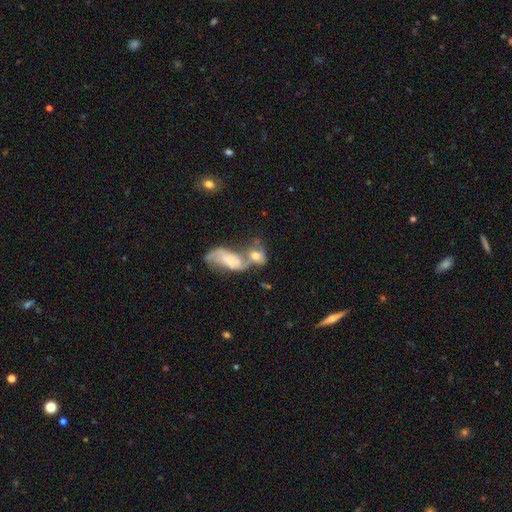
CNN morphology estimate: Q: Smooth or featured?
A: smooth (49%); runner-up: featured or disk (42%)
Q: Merging?
A: merger (65%); runner-up: none (18%)